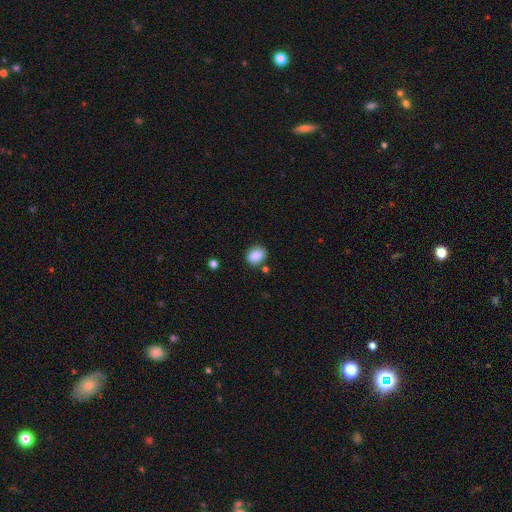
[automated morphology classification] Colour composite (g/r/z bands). It shows a smooth galaxy with no disk features (88%) that is in between round and cigar-shaped (63%). Merging: none (79%).